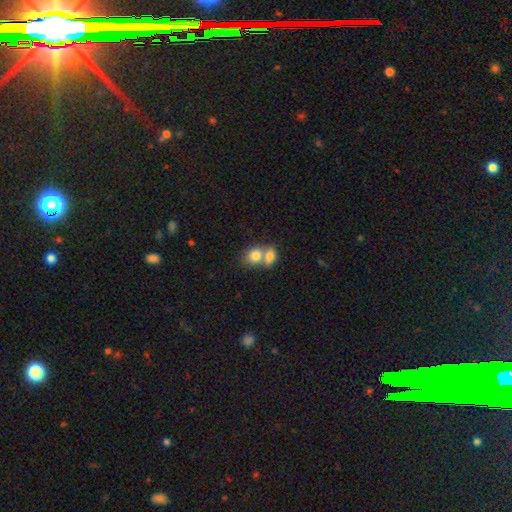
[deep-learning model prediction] Morphology: type=smooth (79%); roundness=in between (51%); merging=merger (67%).